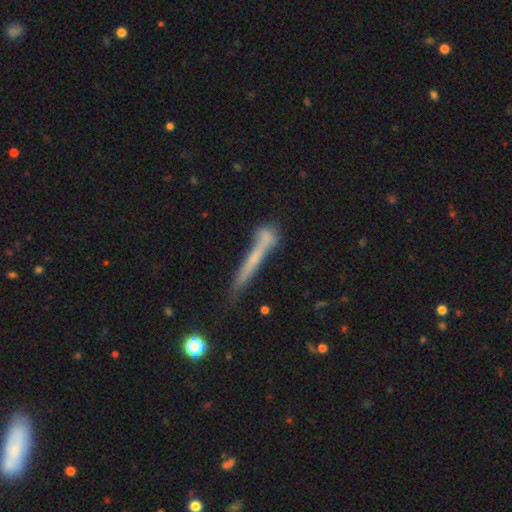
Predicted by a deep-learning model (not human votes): Smooth or featured?
  - smooth: 52% *
  - featured or disk: 37%
  - star or artifact: 10%
How rounded?
  - cigar-shaped: 94% *
  - in between: 4%
  - round: 2%
Merging?
  - none: 56% *
  - minor disturbance: 18%
  - merger: 17%
  - major disturbance: 9%